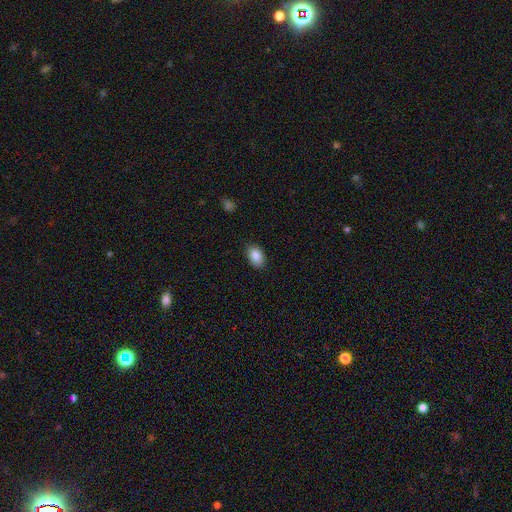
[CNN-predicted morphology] A smooth galaxy with no disk features (88%) that is in between round and cigar-shaped (89%). Merging: none (86%).